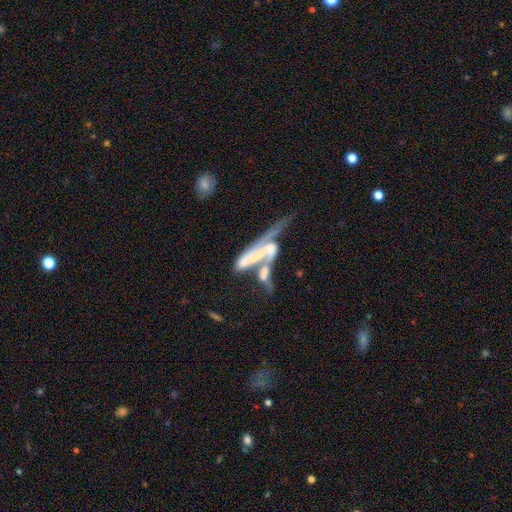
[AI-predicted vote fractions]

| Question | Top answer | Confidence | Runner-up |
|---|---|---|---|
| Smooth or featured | featured or disk | 66% | smooth (25%) |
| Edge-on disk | no | 78% | yes (22%) |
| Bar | no | 51% | strong (26%) |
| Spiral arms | yes | 57% | no (43%) |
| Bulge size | none | 43% | small (32%) |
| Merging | merger | 59% | major disturbance (22%) |